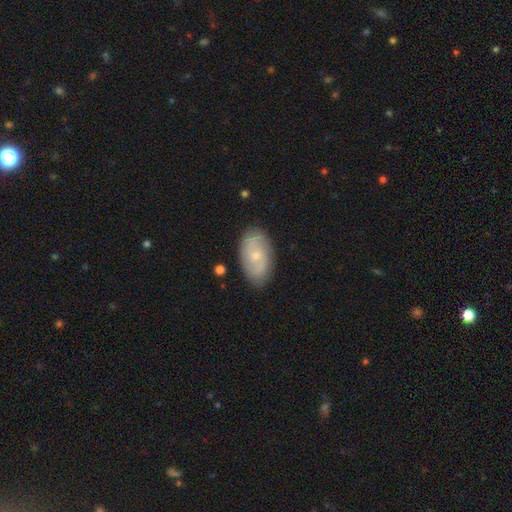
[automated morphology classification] Overall: featured or disk (62%; smooth 31%). Edge-on disk: no (95%). Bar: no (59%; weak 36%). Spiral arms: yes (83%). Bulge size: small (67%; moderate 29%). Merging: none (84%).